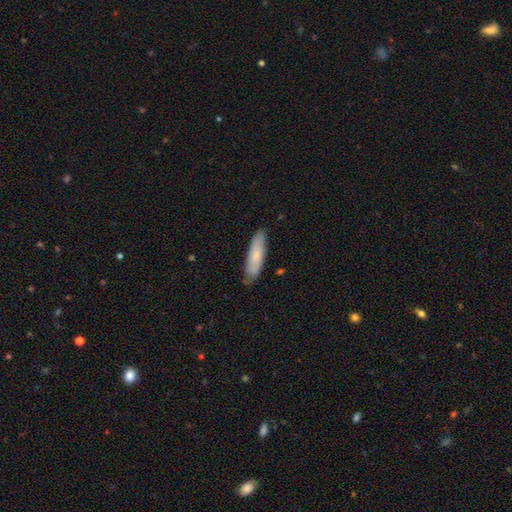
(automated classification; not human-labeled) This is likely a smooth galaxy (71%). How rounded: likely cigar-shaped (66%). Merging: likely none (80%).